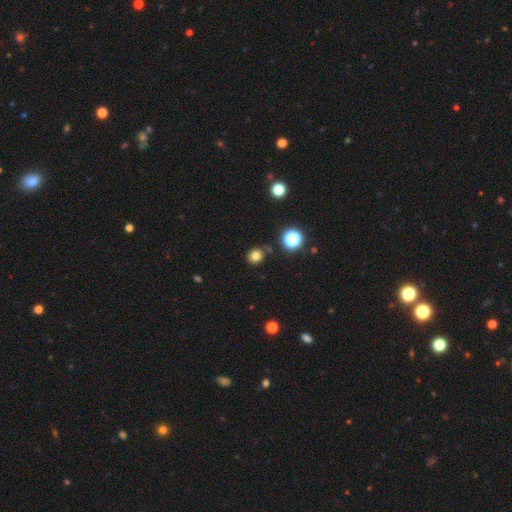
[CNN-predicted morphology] Overall: smooth (78%). How rounded: round (77%). Merging: none (81%).